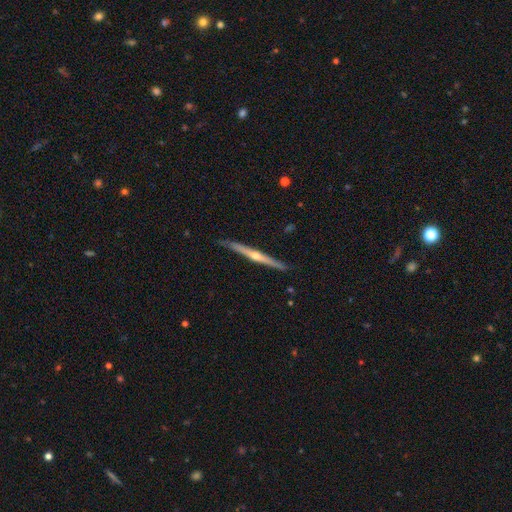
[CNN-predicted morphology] Q: Smooth or featured?
A: featured or disk (77%); runner-up: smooth (18%)
Q: Edge-on disk?
A: yes (98%); runner-up: no (2%)
Q: Edge-on bulge?
A: rounded (84%); runner-up: none (14%)
Q: Merging?
A: none (88%); runner-up: minor disturbance (9%)